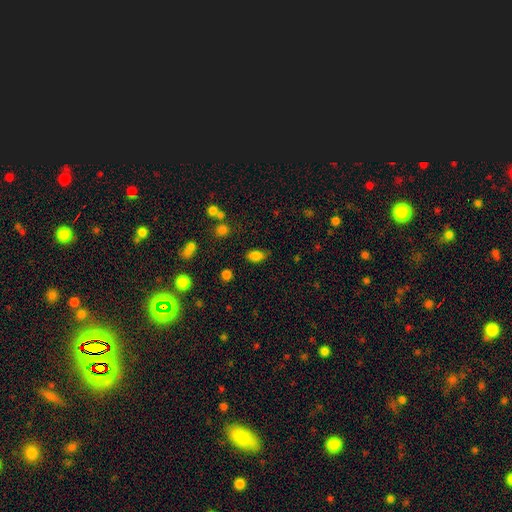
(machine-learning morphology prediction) Overall: smooth (82%). How rounded: in between (88%). Merging: none (76%).